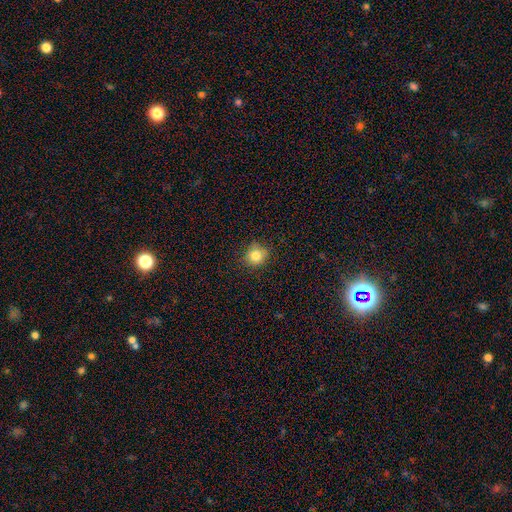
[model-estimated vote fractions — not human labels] Morphology: type=smooth (82%); roundness=round (85%); merging=none (82%).